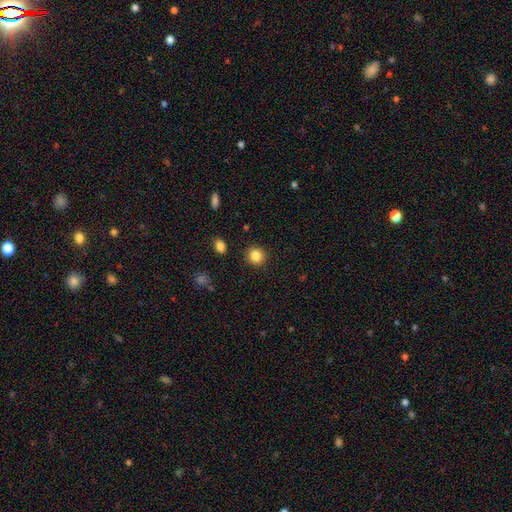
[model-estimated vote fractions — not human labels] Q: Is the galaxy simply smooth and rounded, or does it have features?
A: smooth — 85%.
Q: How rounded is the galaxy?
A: round — 90%.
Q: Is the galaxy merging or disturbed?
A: none — 91%.